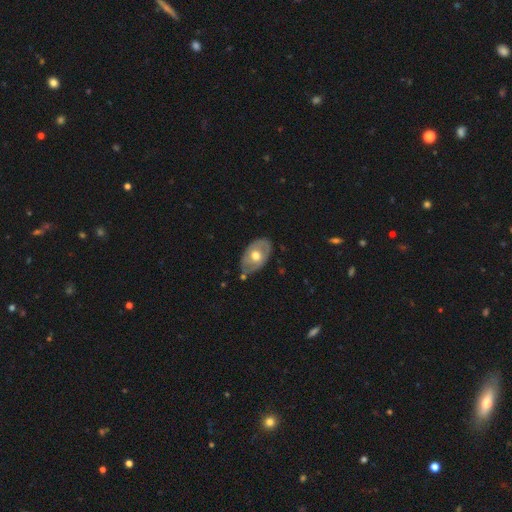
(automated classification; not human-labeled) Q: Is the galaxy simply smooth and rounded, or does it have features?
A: featured or disk — 49%.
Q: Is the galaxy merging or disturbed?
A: none — 69%.